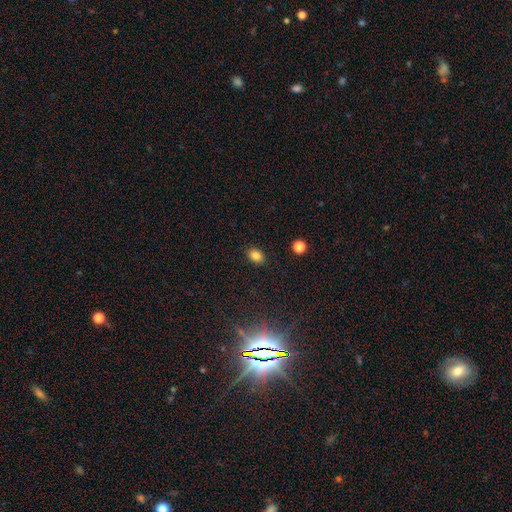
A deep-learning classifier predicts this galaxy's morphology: The model was most divided on "how rounded": in between: 70%, round: 29%, cigar-shaped: 1%. More confident: merging — none (88%); smooth or featured — smooth (82%).